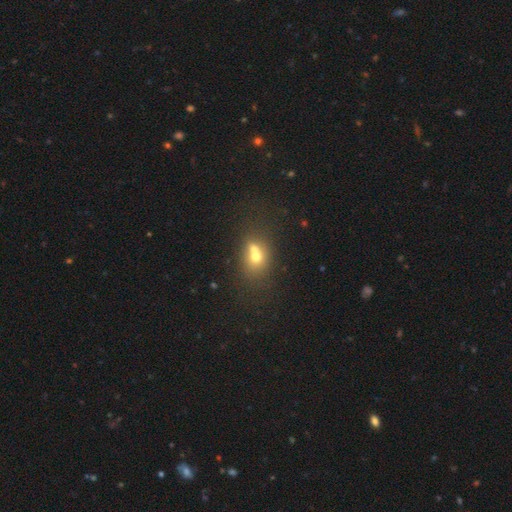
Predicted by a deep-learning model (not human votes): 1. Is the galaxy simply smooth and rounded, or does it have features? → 62% smooth, 24% featured or disk, 15% star or artifact.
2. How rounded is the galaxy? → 54% round, 44% in between, 1% cigar-shaped.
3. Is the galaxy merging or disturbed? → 58% merger, 30% none, 8% minor disturbance, 4% major disturbance.